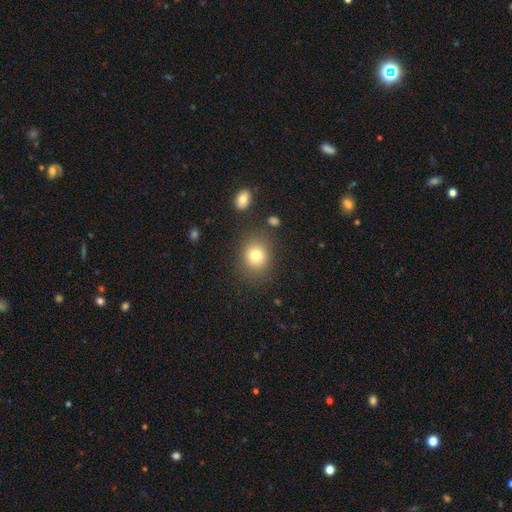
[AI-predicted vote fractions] Smooth or featured? Predicted: smooth (p=0.78). How rounded? Predicted: round (p=0.71). Merging? Predicted: none (p=0.82).